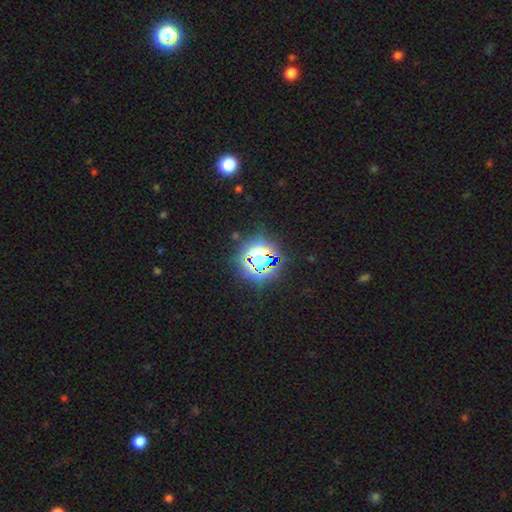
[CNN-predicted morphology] star or artifact 69%, smooth 21%, featured or disk 11%.